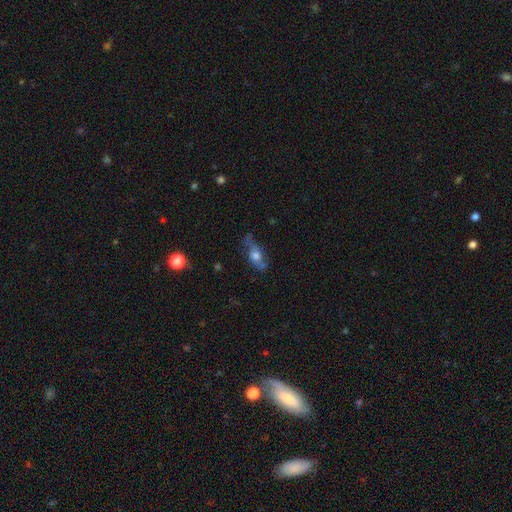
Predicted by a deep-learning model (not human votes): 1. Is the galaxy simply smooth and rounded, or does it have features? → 48% smooth, 42% featured or disk, 10% star or artifact.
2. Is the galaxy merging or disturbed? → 52% none, 29% minor disturbance, 15% major disturbance, 4% merger.